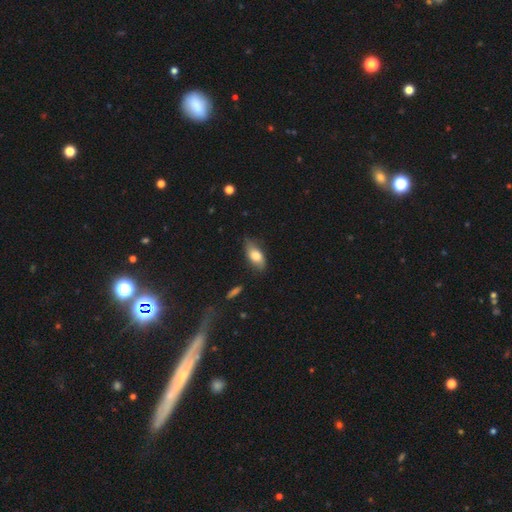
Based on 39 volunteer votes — Q: Smooth or featured?
A: smooth (69%); runner-up: featured or disk (28%)
Q: How rounded?
A: in between (78%); runner-up: cigar-shaped (19%)
Q: Merging?
A: none (84%); runner-up: minor disturbance (16%)